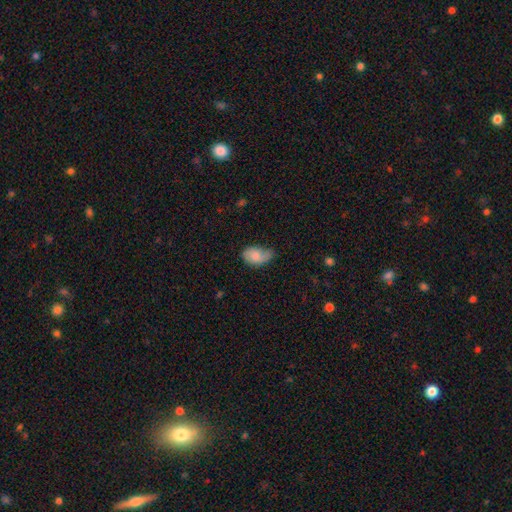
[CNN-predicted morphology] Smooth or featured? Predicted: smooth (p=0.69). How rounded? Predicted: in between (p=0.89). Merging? Predicted: minor disturbance (p=0.43).